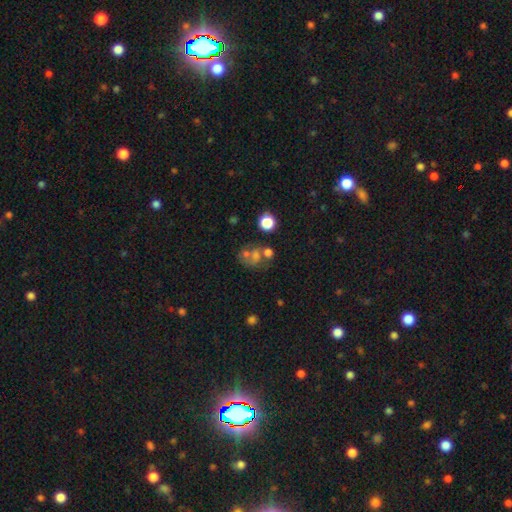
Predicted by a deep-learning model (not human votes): smooth_or_featured: smooth (p=0.54) [alt: featured or disk p=0.25]
how_rounded: round (p=0.62) [alt: in between p=0.37]
merging: merger (p=0.39) [alt: none p=0.35]